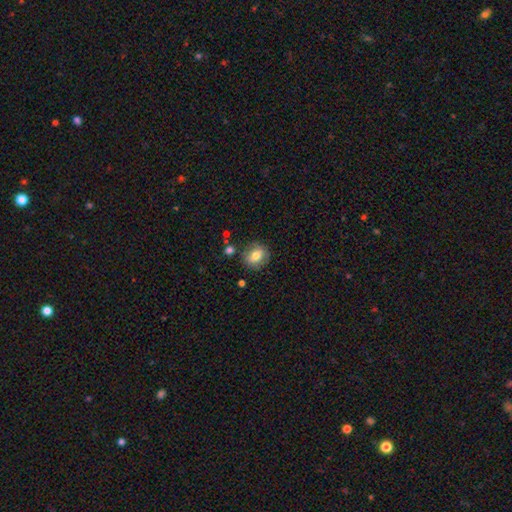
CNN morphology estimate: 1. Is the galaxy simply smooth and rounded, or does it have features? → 76% smooth, 15% featured or disk, 9% star or artifact.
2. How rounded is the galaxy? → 67% round, 32% in between, 1% cigar-shaped.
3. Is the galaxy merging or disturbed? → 81% none, 12% minor disturbance, 3% merger, 3% major disturbance.